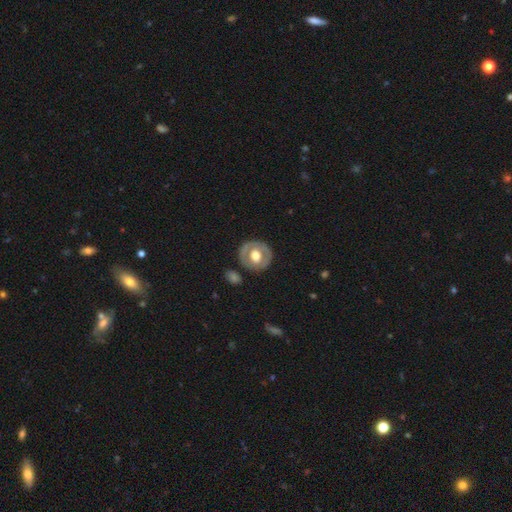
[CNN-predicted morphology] smooth-or-featured: featured or disk: 54% | smooth: 41% | star or artifact: 5%
  disk-edge-on: no: 94% | yes: 6%
    bar: no: 73% | weak: 20% | strong: 7%
    has-spiral-arms: no: 83% | yes: 17%
    bulge-size: moderate: 55% | large: 39% | small: 3% | dominant: 2% | none: 1%
  merging: none: 82% | minor disturbance: 12% | major disturbance: 4% | merger: 3%